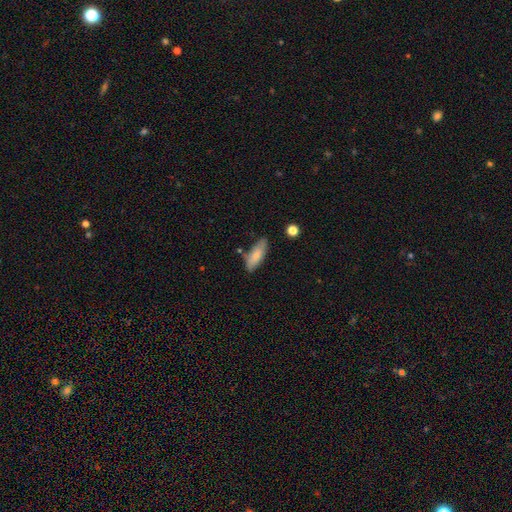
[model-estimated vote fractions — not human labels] Morphology: type=smooth (80%); roundness=in between (64%); merging=none (73%).